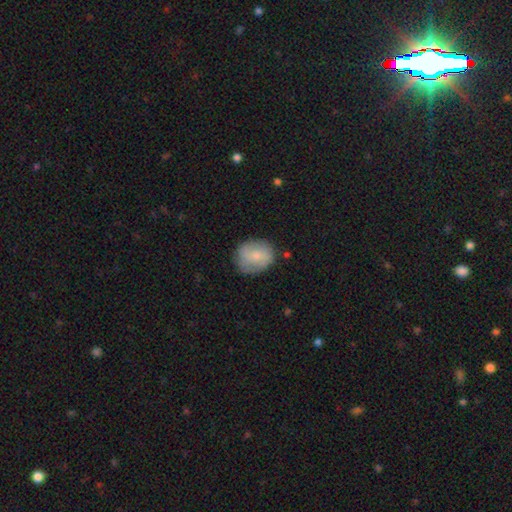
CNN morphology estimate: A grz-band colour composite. It shows a smooth galaxy with no disk features (63%) that is round (60%). Merging: none (72%).